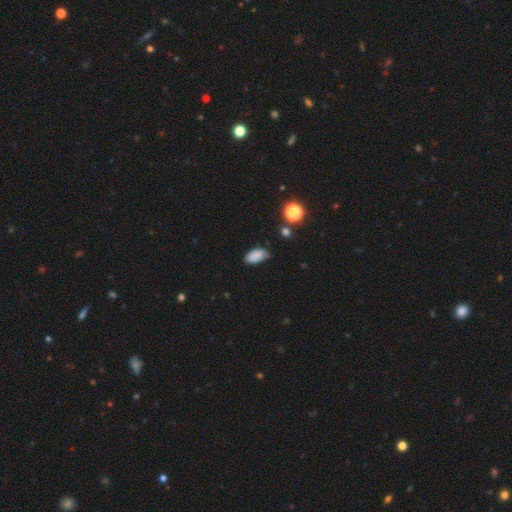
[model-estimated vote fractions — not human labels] Smooth or featured?
  - smooth: 84% *
  - star or artifact: 10%
  - featured or disk: 6%
How rounded?
  - in between: 93% *
  - round: 4%
  - cigar-shaped: 3%
Merging?
  - none: 68% *
  - minor disturbance: 25%
  - major disturbance: 4%
  - merger: 2%